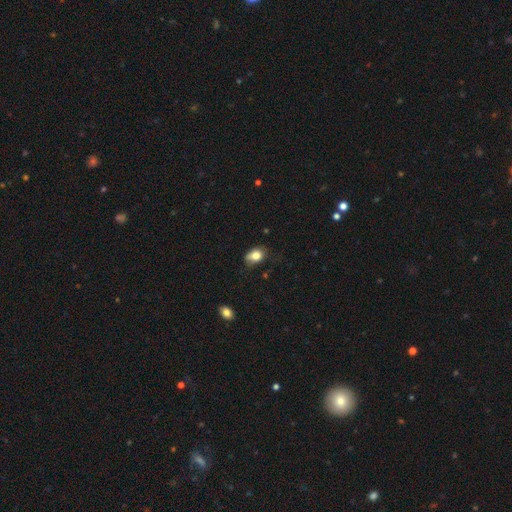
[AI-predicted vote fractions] A smooth galaxy with no disk features (79%) that is in between round and cigar-shaped (71%).

Vote fractions:
- Smooth or featured? smooth: 79% / featured or disk: 12% / star or artifact: 9%
- How rounded? in between: 71% / round: 28% / cigar-shaped: 1%
- Merging? none: 51% / minor disturbance: 35% / major disturbance: 11% / merger: 2%